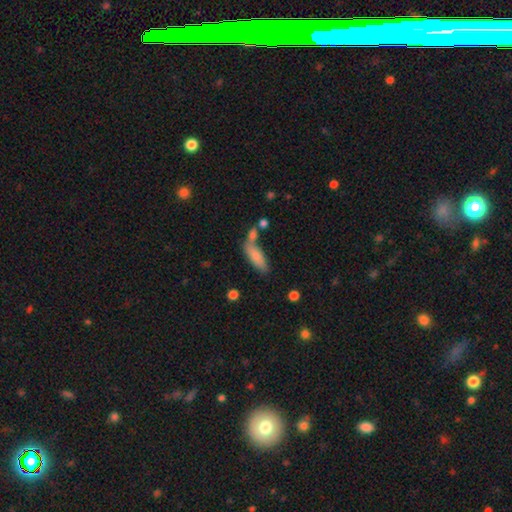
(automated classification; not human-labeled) Smooth or featured? Predicted: smooth (p=0.78). How rounded? Predicted: in between (p=0.60). Merging? Predicted: none (p=0.47).